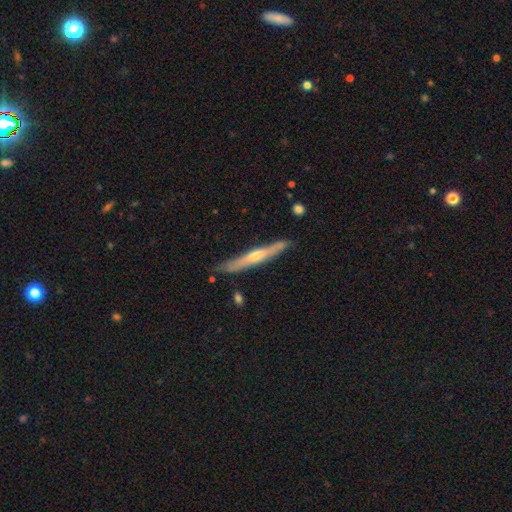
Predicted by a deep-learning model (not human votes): smooth-or-featured: featured or disk: 56% | smooth: 38% | star or artifact: 5%
  disk-edge-on: yes: 94% | no: 6%
    edge-on-bulge: rounded: 59% | none: 30% | boxy: 10%
  merging: none: 81% | minor disturbance: 14% | major disturbance: 2% | merger: 2%